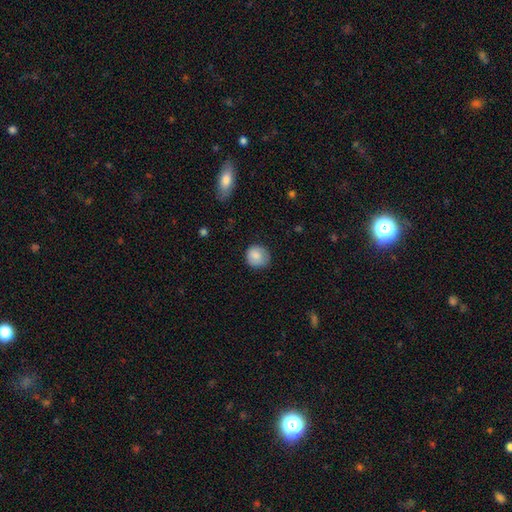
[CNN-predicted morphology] Smooth or featured? Predicted: smooth (p=0.83). How rounded? Predicted: round (p=0.87). Merging? Predicted: none (p=0.77).